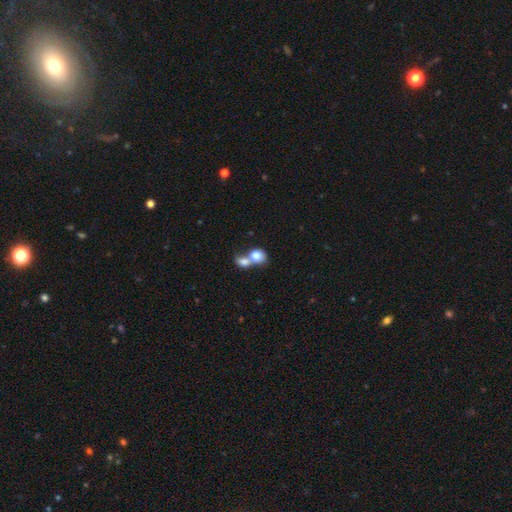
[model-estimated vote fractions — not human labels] Overall: smooth (78%). How rounded: round (57%; in between 41%). Merging: merger (76%).